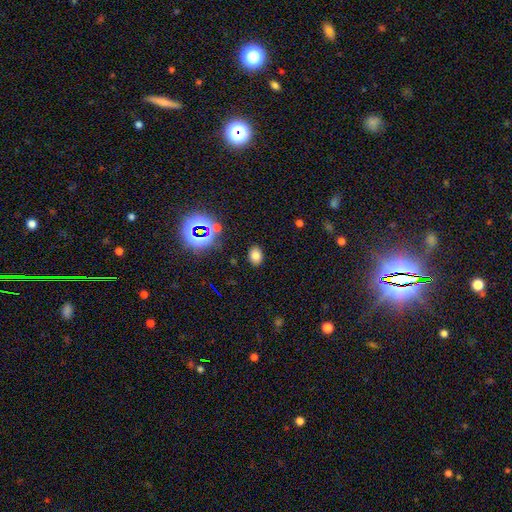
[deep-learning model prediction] Overall: smooth (73%). How rounded: in between (64%; round 35%). Merging: none (86%).